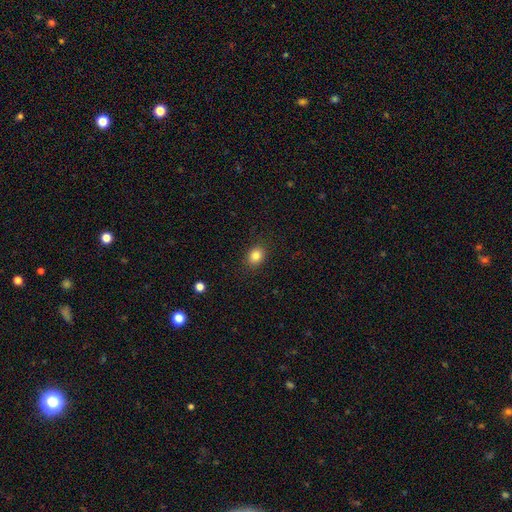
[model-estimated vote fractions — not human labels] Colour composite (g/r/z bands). It shows a smooth galaxy with no disk features (84%) that is round (51%). Merging: none (88%).